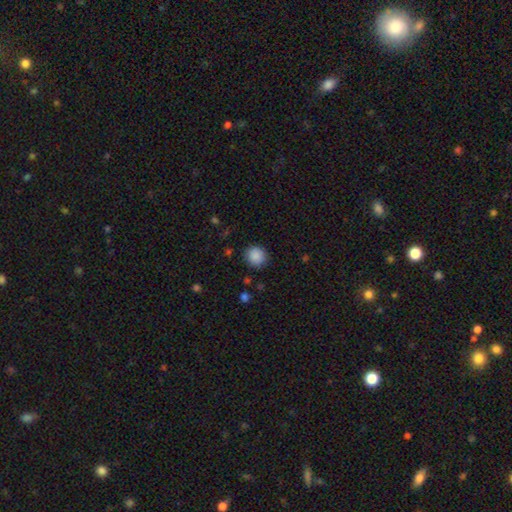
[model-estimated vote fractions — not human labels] This is clearly a smooth galaxy (88%). How rounded: clearly round (87%). Merging: clearly none (87%).